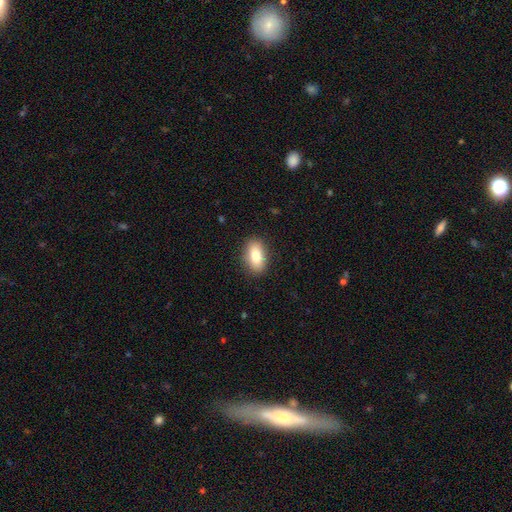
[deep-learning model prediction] smooth 84%, featured or disk 9%, star or artifact 7%. Down the decision tree: how rounded — in between (90%); merging — none (87%).